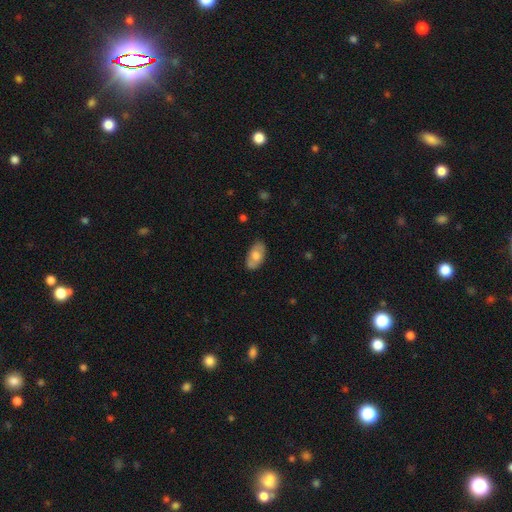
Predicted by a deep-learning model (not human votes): Overall: smooth (63%; featured or disk 31%). How rounded: in between (93%). Merging: none (78%).